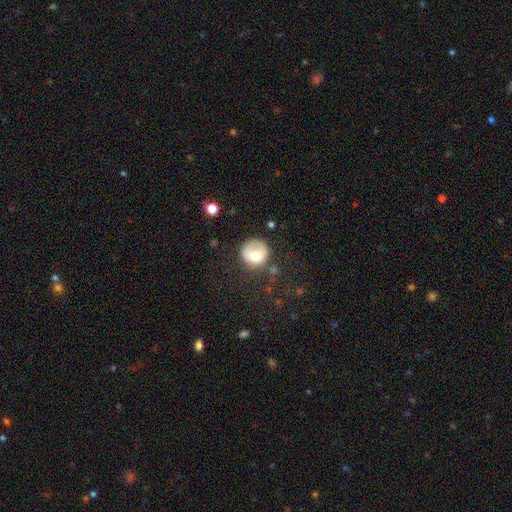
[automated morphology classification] Q: Smooth or featured?
A: smooth (70%); runner-up: featured or disk (21%)
Q: How rounded?
A: round (89%); runner-up: in between (10%)
Q: Merging?
A: none (56%); runner-up: minor disturbance (24%)